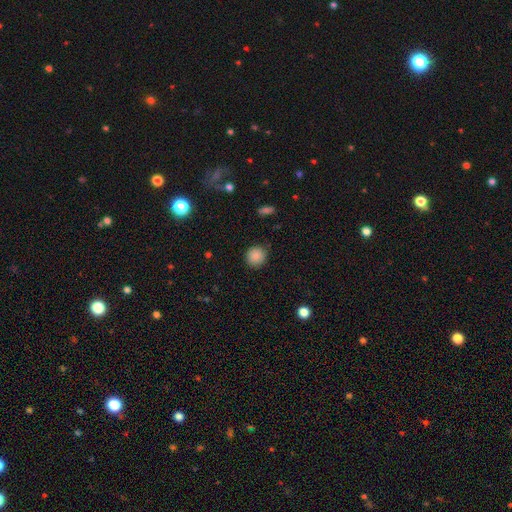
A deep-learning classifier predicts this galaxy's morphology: This appears to be a smooth galaxy with no disk features (87%) that is round (90%). Merging: none (86%).